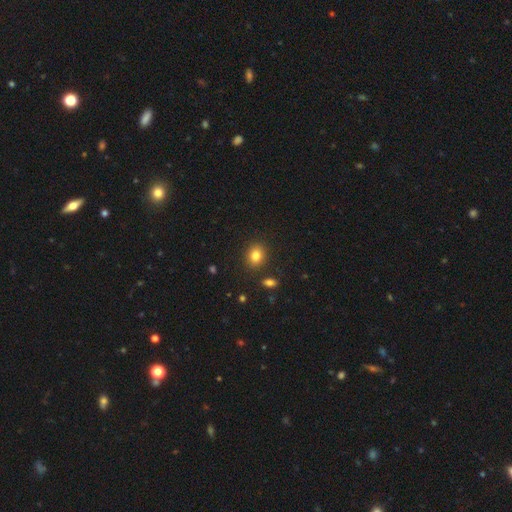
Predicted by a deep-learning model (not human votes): smooth 83%, star or artifact 10%, featured or disk 7%. Down the decision tree: how rounded — round (56%); merging — none (87%).